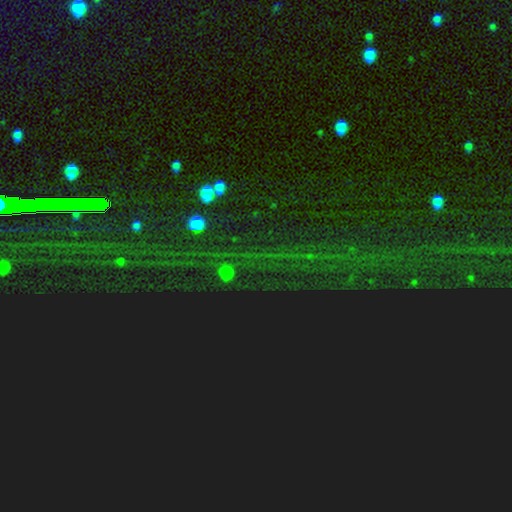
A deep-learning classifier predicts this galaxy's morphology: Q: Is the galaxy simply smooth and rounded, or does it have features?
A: star or artifact — 80%.